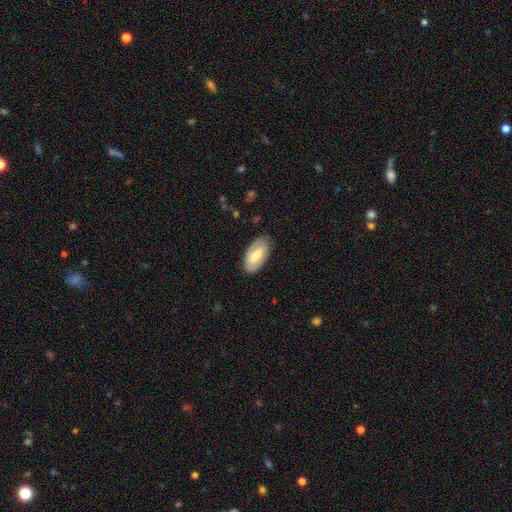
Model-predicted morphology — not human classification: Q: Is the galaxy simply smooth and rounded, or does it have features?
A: smooth — 49%.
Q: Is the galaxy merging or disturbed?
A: none — 82%.